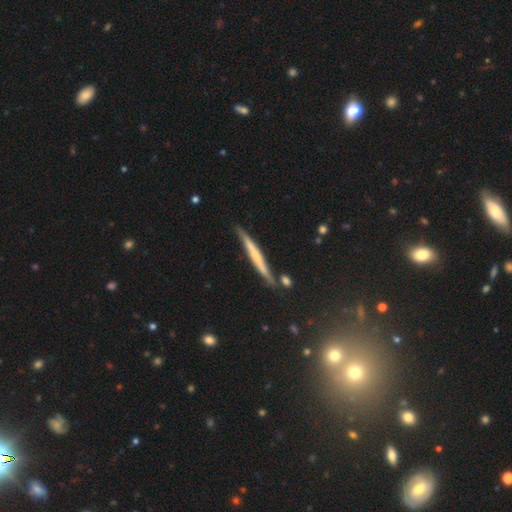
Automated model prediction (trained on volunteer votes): This appears to be a featured or disk galaxy (54%) viewed edge-on (96%) with no central bulge (60%). Merging: none (83%).